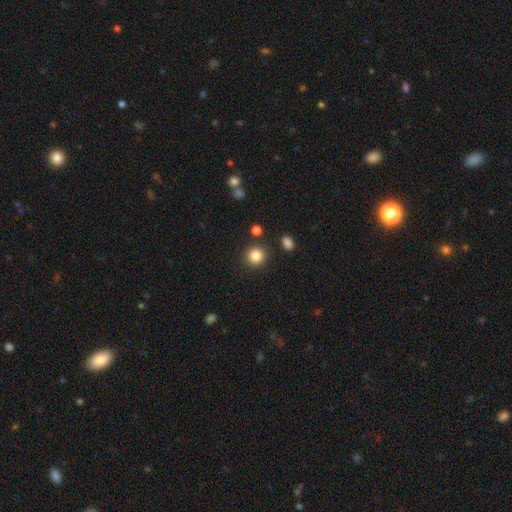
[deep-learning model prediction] Smooth or featured? Predicted: smooth (p=0.85). How rounded? Predicted: round (p=0.90). Merging? Predicted: none (p=0.87).